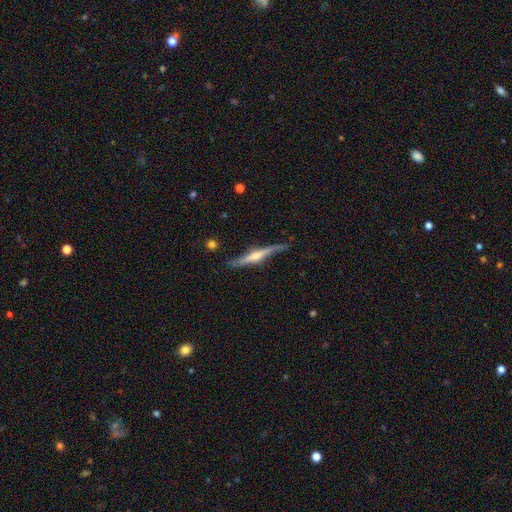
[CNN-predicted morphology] Smooth or featured: featured or disk — 78% (smooth — 16%)
Edge-on disk: yes — 97% (no — 3%)
Edge-on bulge: rounded — 82% (boxy — 9%)
Merging: none — 81% (minor disturbance — 14%)